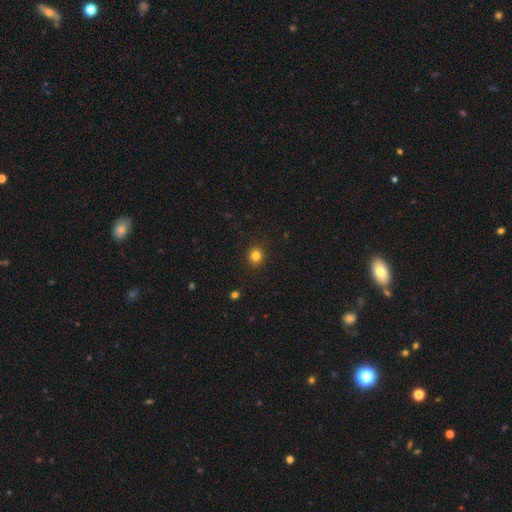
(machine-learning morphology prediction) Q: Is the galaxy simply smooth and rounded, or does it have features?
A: smooth — 82%.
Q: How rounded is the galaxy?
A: round — 89%.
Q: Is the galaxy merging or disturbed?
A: none — 92%.